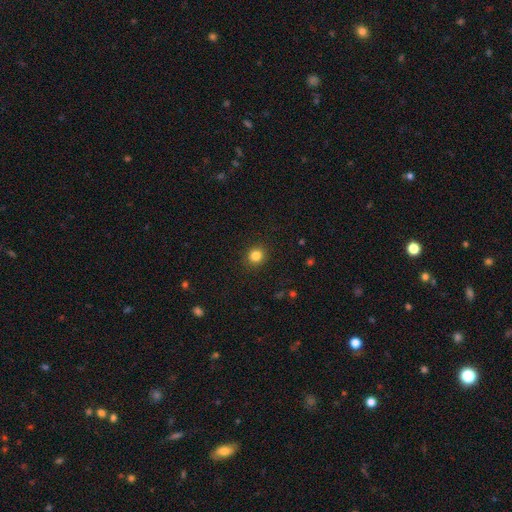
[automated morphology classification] Overall: smooth (84%). How rounded: round (88%). Merging: none (90%).